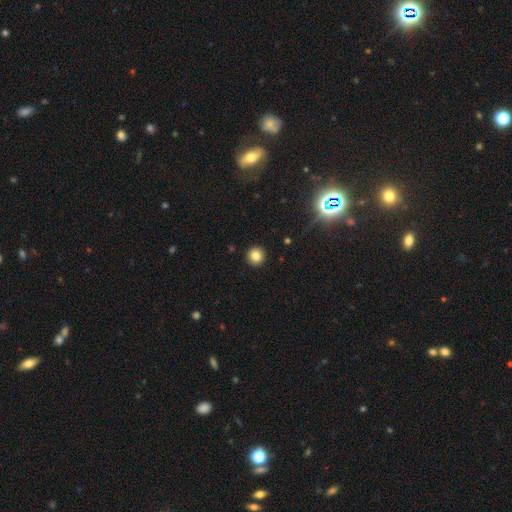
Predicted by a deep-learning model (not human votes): Smooth or featured? smooth (82%)
How rounded? round (94%)
Merging? none (93%)